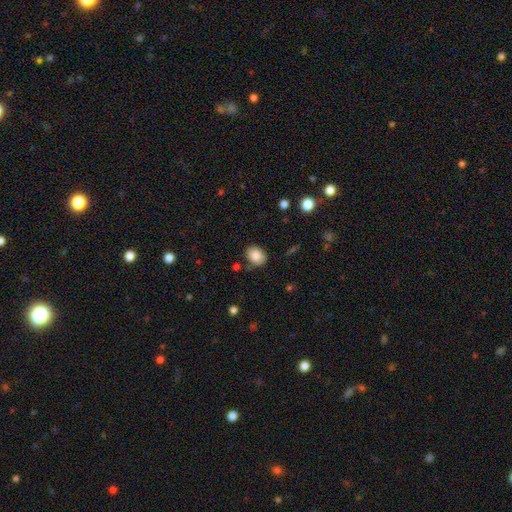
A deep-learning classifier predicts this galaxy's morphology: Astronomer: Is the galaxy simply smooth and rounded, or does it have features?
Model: smooth — 85%.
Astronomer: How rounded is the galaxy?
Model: in between — 59% (runner-up: round, 40%).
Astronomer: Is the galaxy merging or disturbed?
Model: none — 75%.